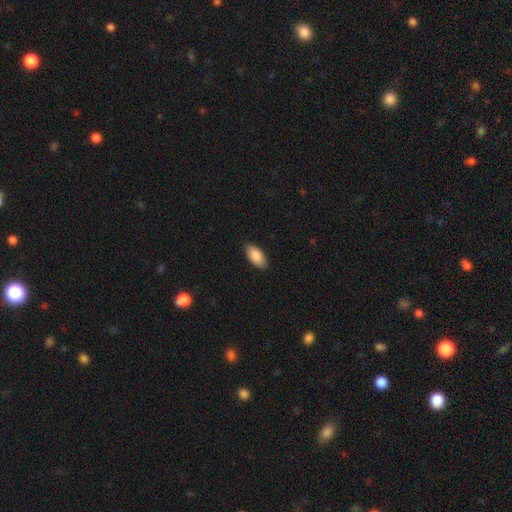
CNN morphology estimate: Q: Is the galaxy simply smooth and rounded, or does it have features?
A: smooth — 88%.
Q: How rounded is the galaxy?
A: in between — 92%.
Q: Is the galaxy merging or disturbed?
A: none — 86%.